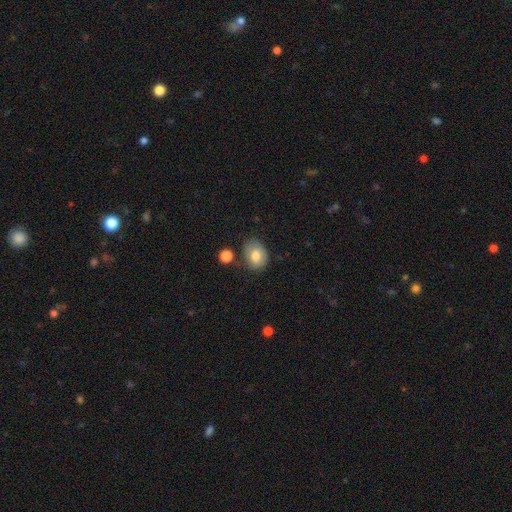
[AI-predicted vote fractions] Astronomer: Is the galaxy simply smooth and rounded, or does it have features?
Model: smooth — 76%.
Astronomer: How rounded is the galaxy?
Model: in between — 68%.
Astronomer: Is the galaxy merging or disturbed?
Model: none — 64%.